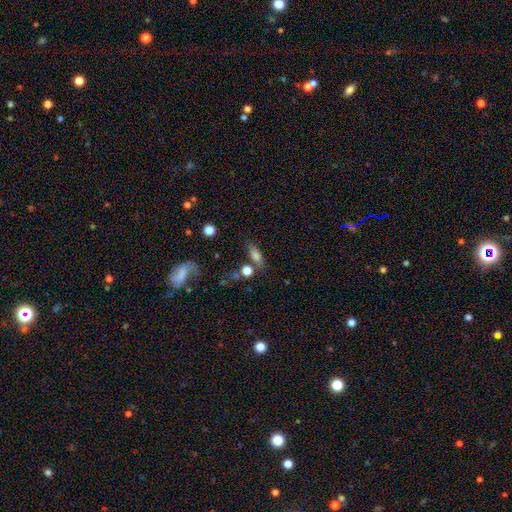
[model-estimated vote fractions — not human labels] Smooth or featured: smooth — 73% (featured or disk — 17%)
How rounded: in between — 60% (cigar-shaped — 31%)
Merging: none — 69% (minor disturbance — 15%)